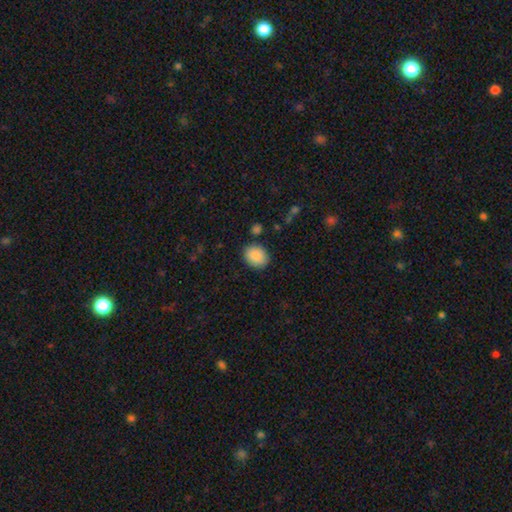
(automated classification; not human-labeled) Smooth or featured? Predicted: smooth (p=0.88). How rounded? Predicted: round (p=0.52). Merging? Predicted: none (p=0.85).